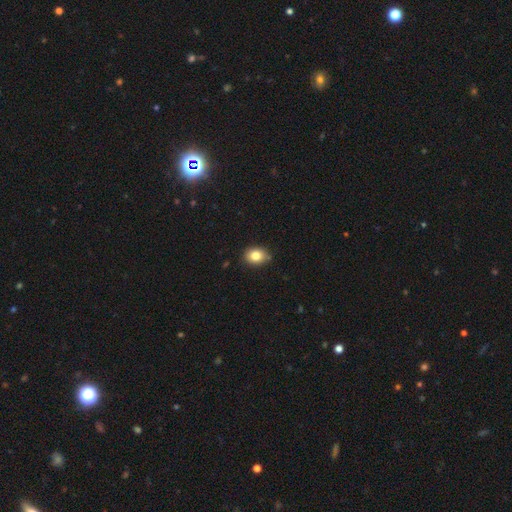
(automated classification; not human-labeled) smooth_or_featured: smooth (p=0.83) [alt: star or artifact p=0.10]
how_rounded: in between (p=0.56) [alt: round p=0.43]
merging: none (p=0.82) [alt: minor disturbance p=0.15]